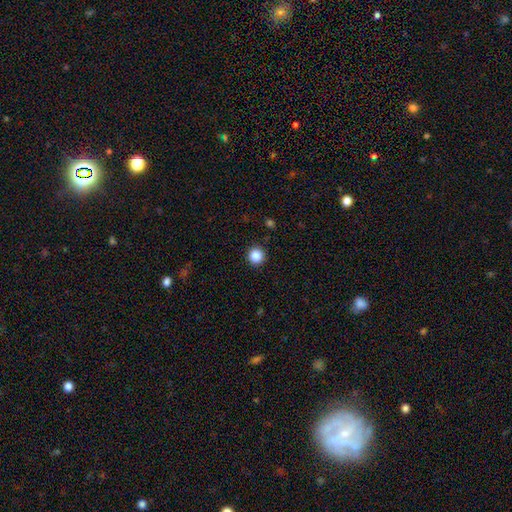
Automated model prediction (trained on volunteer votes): Overall: smooth (86%). How rounded: round (95%). Merging: none (93%).